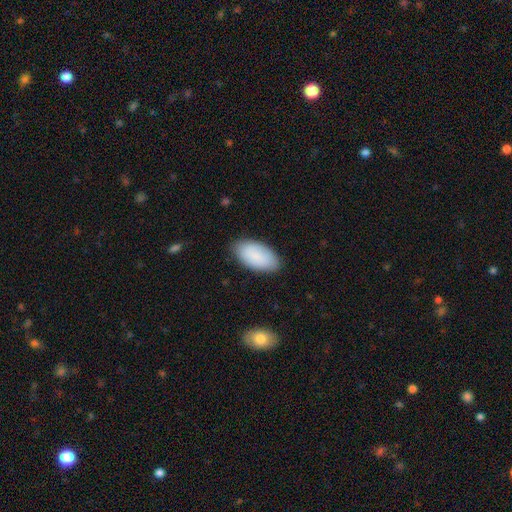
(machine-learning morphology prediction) Smooth or featured: smooth — 87% (featured or disk — 8%)
How rounded: in between — 95% (round — 2%)
Merging: none — 84% (minor disturbance — 13%)